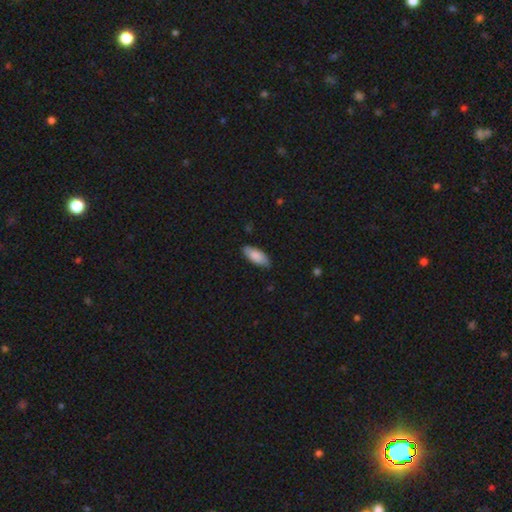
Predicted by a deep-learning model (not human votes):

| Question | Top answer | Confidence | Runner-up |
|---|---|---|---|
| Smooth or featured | smooth | 82% | featured or disk (12%) |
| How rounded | in between | 88% | cigar-shaped (10%) |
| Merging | none | 79% | minor disturbance (17%) |